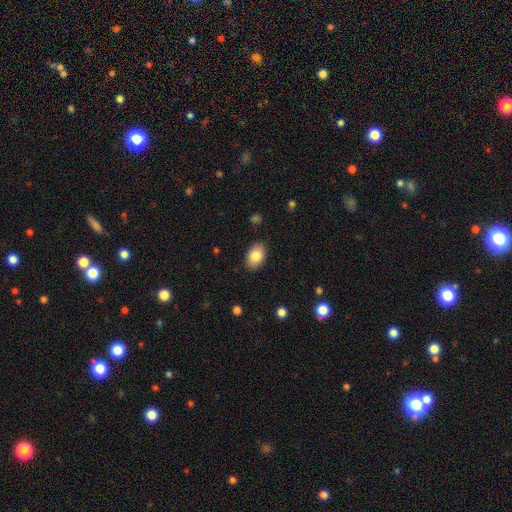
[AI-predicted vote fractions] This is clearly a smooth galaxy (84%). How rounded: clearly in between (87%). Merging: clearly none (87%).